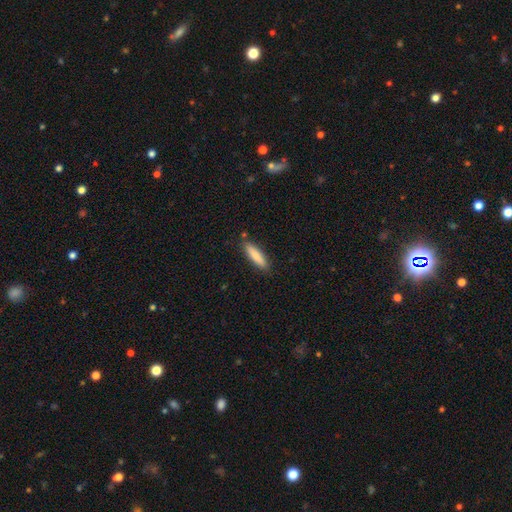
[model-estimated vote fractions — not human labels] Smooth or featured?
  - smooth: 84% *
  - featured or disk: 10%
  - star or artifact: 6%
How rounded?
  - cigar-shaped: 73% *
  - in between: 25%
  - round: 1%
Merging?
  - none: 86% *
  - minor disturbance: 10%
  - merger: 2%
  - major disturbance: 2%